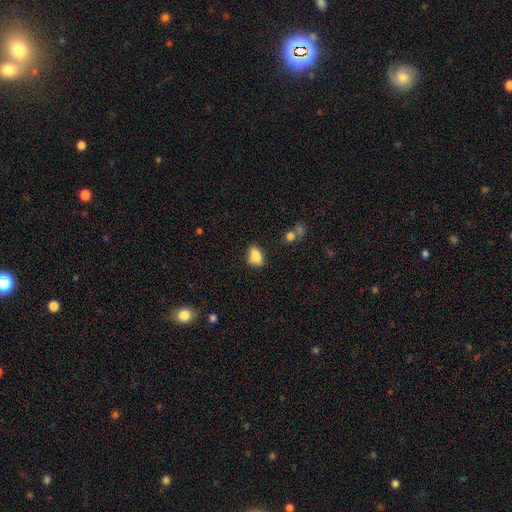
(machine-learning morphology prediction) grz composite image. It shows a smooth galaxy with no disk features (83%) that is in between round and cigar-shaped (82%). Merging: none (67%).